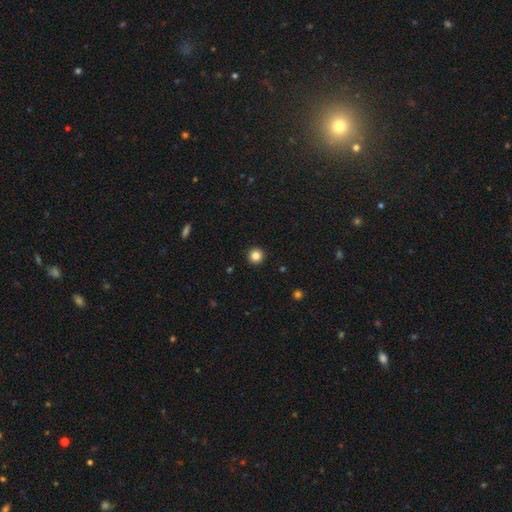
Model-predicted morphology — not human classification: The model was most divided on "smooth or featured": smooth: 84%, star or artifact: 11%, featured or disk: 5%. More confident: how rounded — round (96%); merging — none (93%).